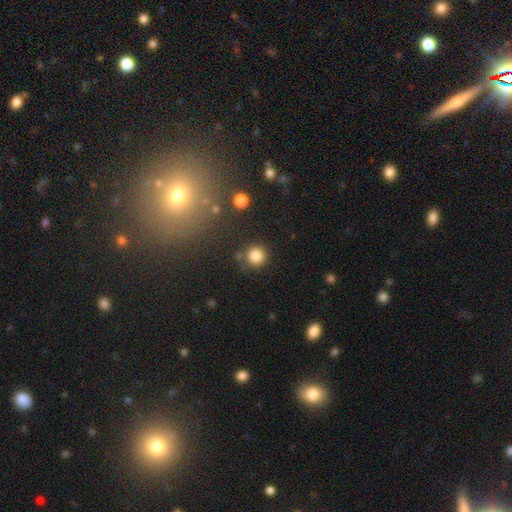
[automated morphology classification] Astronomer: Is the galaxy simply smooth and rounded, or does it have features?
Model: smooth — 84%.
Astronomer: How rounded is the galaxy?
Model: round — 94%.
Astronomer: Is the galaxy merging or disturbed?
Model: none — 83%.